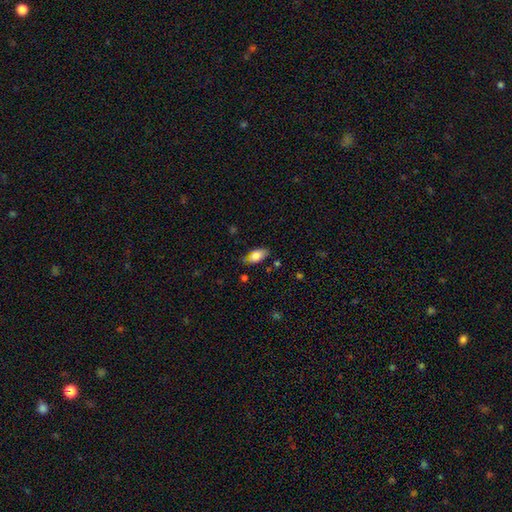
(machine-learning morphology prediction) Smooth or featured?
  - smooth: 78% *
  - featured or disk: 14%
  - star or artifact: 8%
How rounded?
  - in between: 91% *
  - cigar-shaped: 6%
  - round: 4%
Merging?
  - none: 70% *
  - minor disturbance: 21%
  - major disturbance: 5%
  - merger: 4%